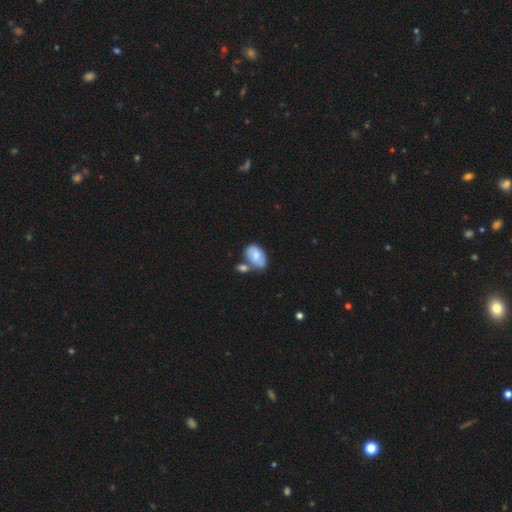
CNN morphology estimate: Smooth or featured?
  - smooth: 66% *
  - featured or disk: 27%
  - star or artifact: 7%
How rounded?
  - in between: 89% *
  - round: 10%
  - cigar-shaped: 1%
Merging?
  - none: 43% *
  - merger: 31%
  - minor disturbance: 20%
  - major disturbance: 6%